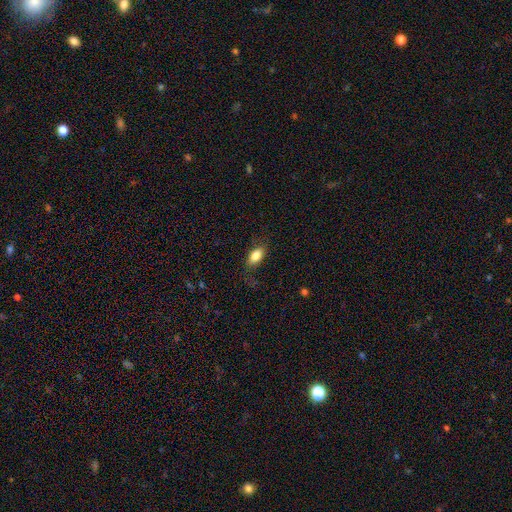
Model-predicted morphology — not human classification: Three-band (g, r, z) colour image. It shows a smooth galaxy with no disk features (82%) that is in between round and cigar-shaped (88%). Merging: none (76%).